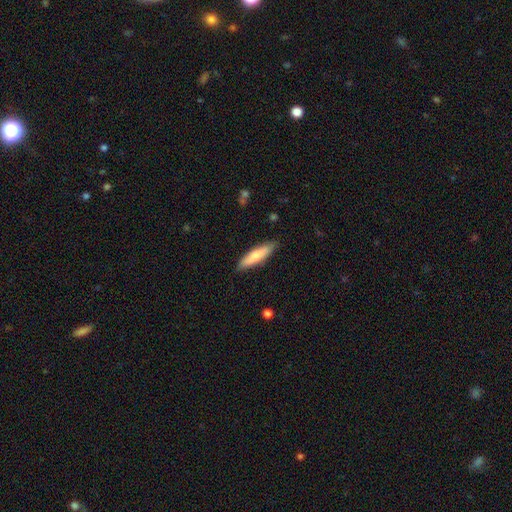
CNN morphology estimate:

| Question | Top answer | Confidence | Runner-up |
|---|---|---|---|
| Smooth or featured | smooth | 70% | featured or disk (24%) |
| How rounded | cigar-shaped | 75% | in between (24%) |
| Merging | none | 87% | minor disturbance (10%) |